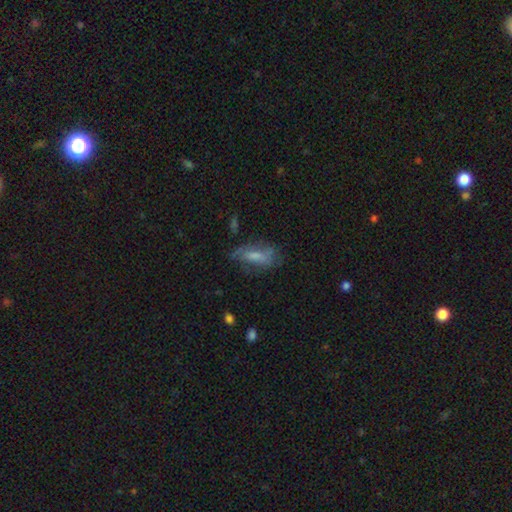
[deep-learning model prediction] Smooth or featured? Predicted: smooth (p=0.47). Merging? Predicted: none (p=0.55).